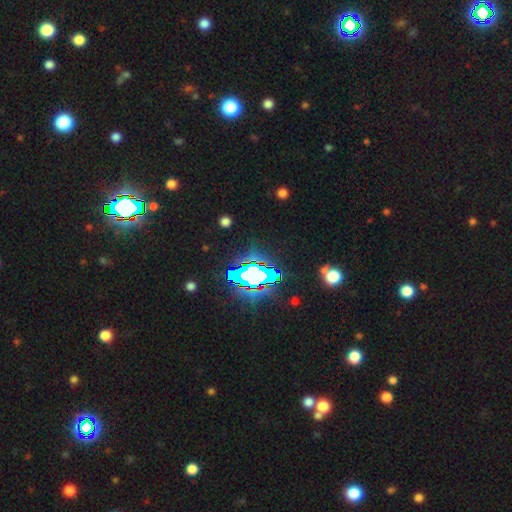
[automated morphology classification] This is clearly a star or artifact rather than a galaxy (84%).